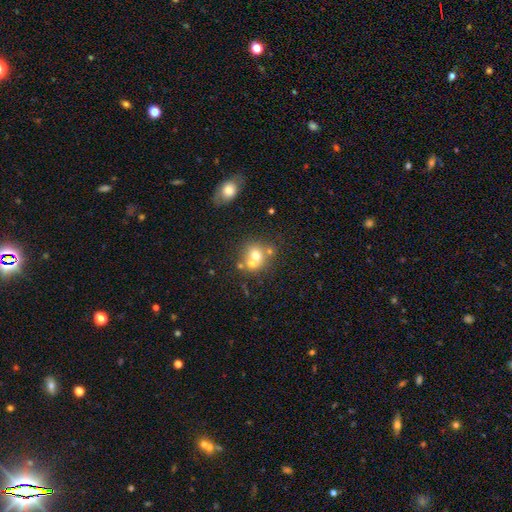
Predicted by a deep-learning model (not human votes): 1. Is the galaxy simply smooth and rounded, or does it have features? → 64% smooth, 23% featured or disk, 13% star or artifact.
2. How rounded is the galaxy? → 77% round, 22% in between, 1% cigar-shaped.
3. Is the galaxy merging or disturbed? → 44% merger, 43% none, 9% minor disturbance, 4% major disturbance.